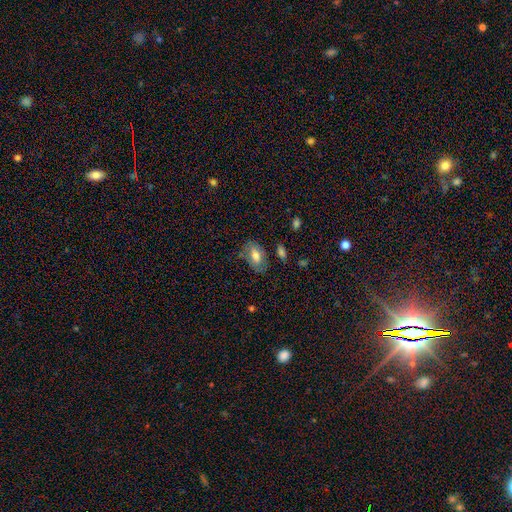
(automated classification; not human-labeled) smooth 67%, featured or disk 26%, star or artifact 7%. Down the decision tree: how rounded — in between (90%); merging — none (68%).